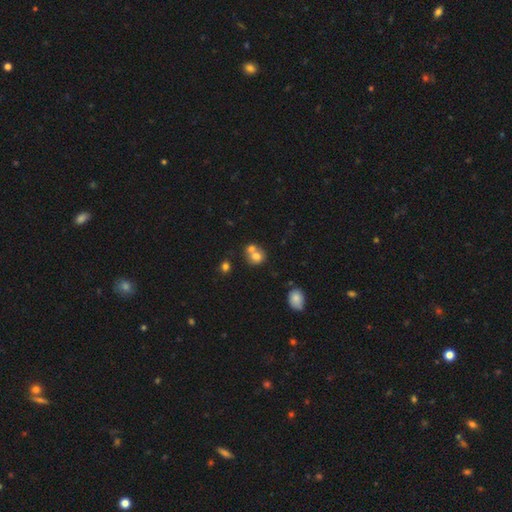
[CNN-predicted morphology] A smooth galaxy with no disk features (71%) that is round (77%).

Vote fractions:
- Smooth or featured? smooth: 71% / featured or disk: 17% / star or artifact: 12%
- How rounded? round: 77% / in between: 22% / cigar-shaped: 1%
- Merging? merger: 53% / none: 37% / minor disturbance: 7% / major disturbance: 3%